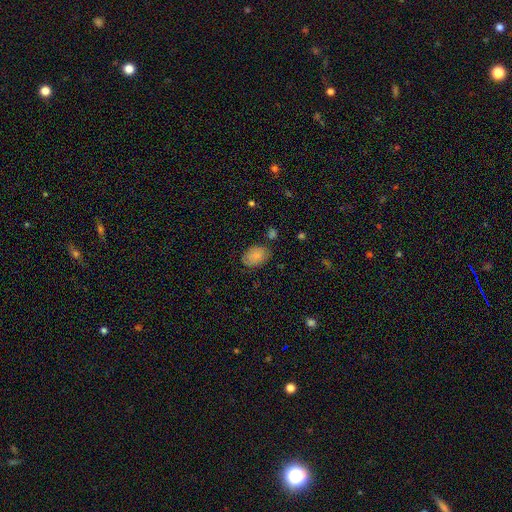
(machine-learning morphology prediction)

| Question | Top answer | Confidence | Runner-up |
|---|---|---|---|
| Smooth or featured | smooth | 80% | featured or disk (12%) |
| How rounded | in between | 86% | round (12%) |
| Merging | none | 72% | minor disturbance (20%) |